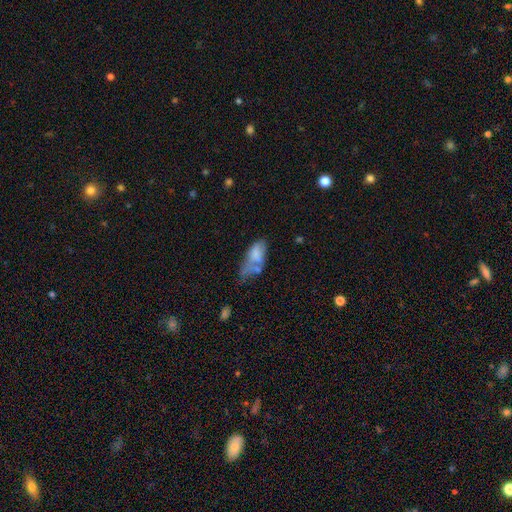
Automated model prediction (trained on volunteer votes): Smooth or featured? Predicted: smooth (p=0.65). How rounded? Predicted: in between (p=0.88). Merging? Predicted: major disturbance (p=0.31).